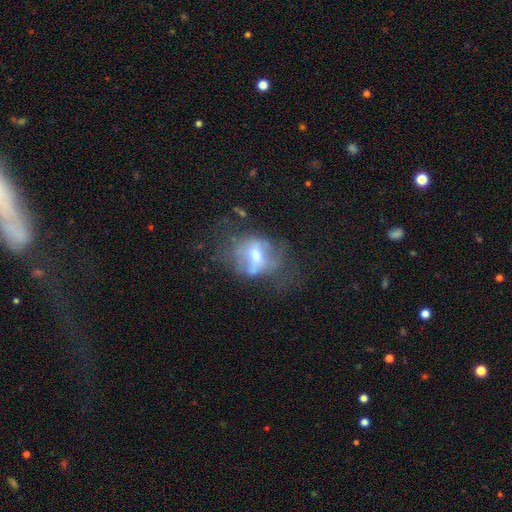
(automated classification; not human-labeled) The model was most divided on "bar": no: 39%, weak: 35%, strong: 27%. Remaining: edge-on disk — no (90%); spiral arms — no (73%); smooth or featured — featured or disk (58%); bulge size — moderate (56%); merging — none (40%).